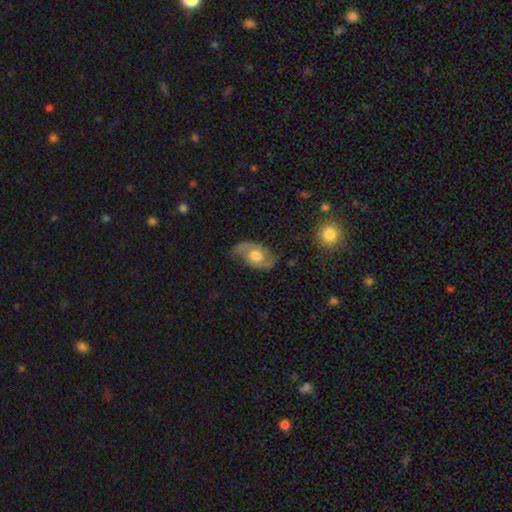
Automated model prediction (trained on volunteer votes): The model was most divided on "spiral winding": medium: 44%, loose: 38%, tight: 18%. More confident: edge-on disk — no (94%); spiral arms — yes (85%); spiral arm count — 2 (85%); bar — no (74%); smooth or featured — featured or disk (69%); bulge size — moderate (67%); merging — none (65%).